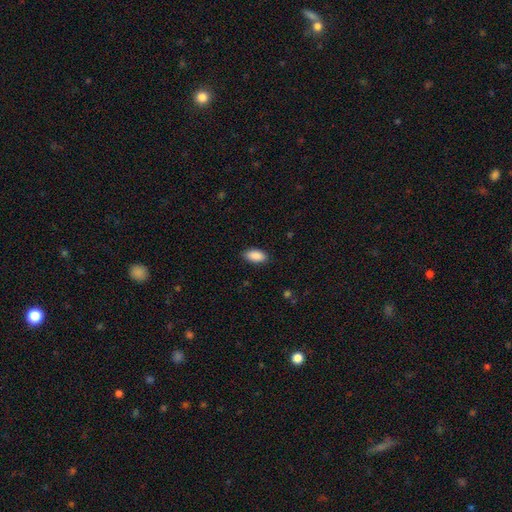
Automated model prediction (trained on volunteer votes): Morphology: type=smooth (90%); roundness=in between (93%); merging=none (87%).